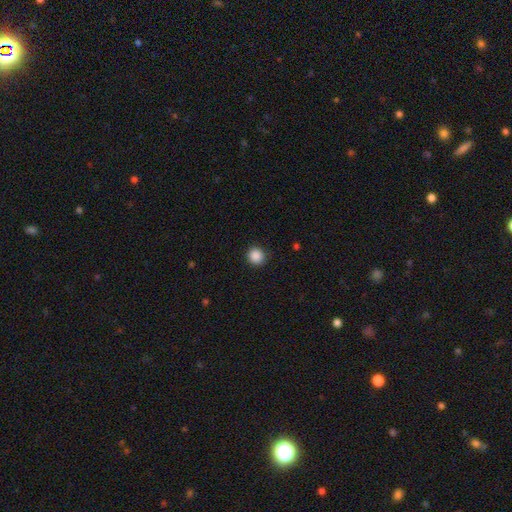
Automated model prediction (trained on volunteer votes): Smooth or featured? Predicted: smooth (p=0.88). How rounded? Predicted: round (p=0.93). Merging? Predicted: none (p=0.90).